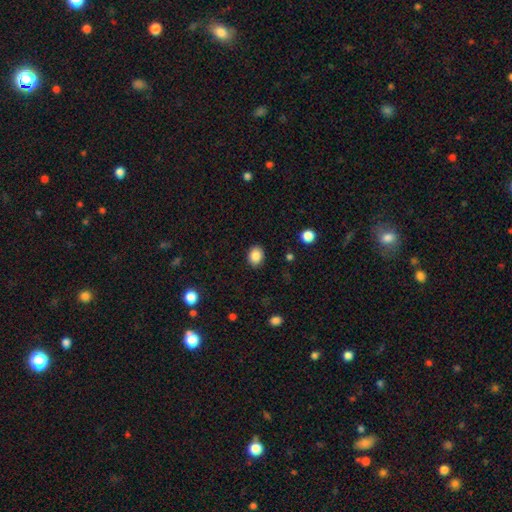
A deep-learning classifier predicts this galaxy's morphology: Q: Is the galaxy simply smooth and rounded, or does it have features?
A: smooth — 86%.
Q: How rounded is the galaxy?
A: in between — 51%.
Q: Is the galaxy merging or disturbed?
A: none — 89%.